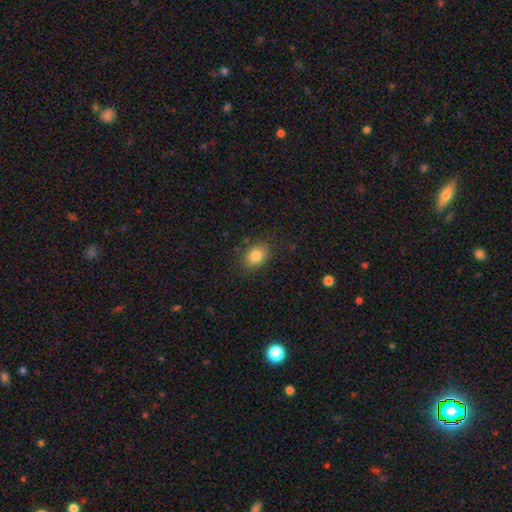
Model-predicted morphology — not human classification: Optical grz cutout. It shows a smooth galaxy with no disk features (84%) that is in between round and cigar-shaped (65%). Merging: none (82%).